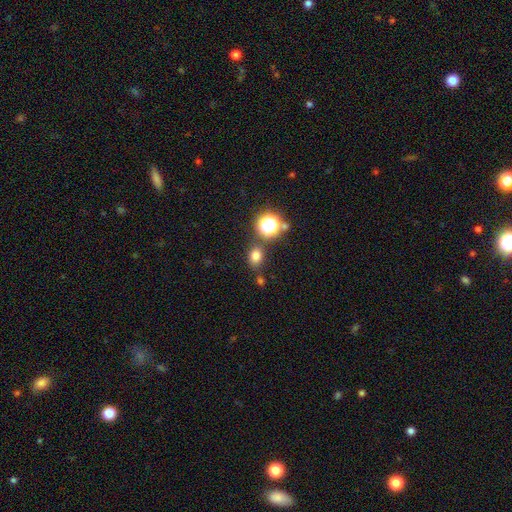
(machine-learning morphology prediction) Q: Smooth or featured?
A: smooth (74%); runner-up: star or artifact (20%)
Q: How rounded?
A: round (52%); runner-up: in between (46%)
Q: Merging?
A: none (75%); runner-up: minor disturbance (12%)